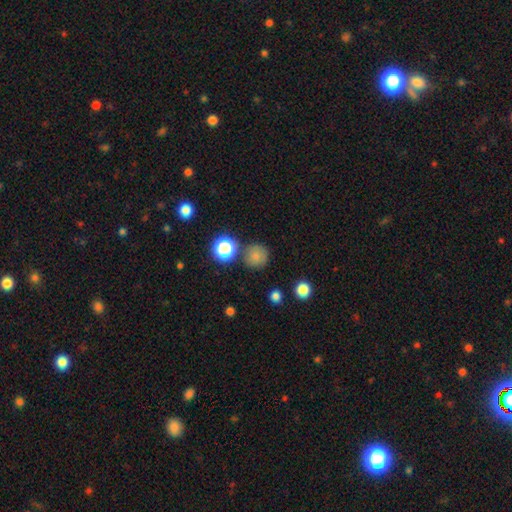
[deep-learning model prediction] A smooth galaxy with no disk features (76%) that is round (93%). Merging: none (79%).